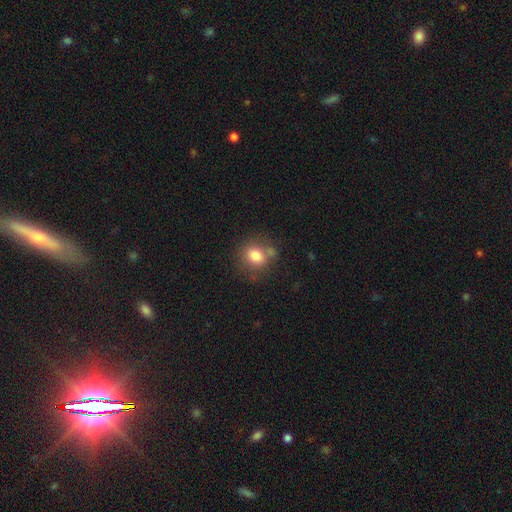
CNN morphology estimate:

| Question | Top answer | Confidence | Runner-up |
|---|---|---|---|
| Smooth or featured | smooth | 79% | featured or disk (11%) |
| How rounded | round | 65% | in between (34%) |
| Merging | none | 64% | minor disturbance (18%) |